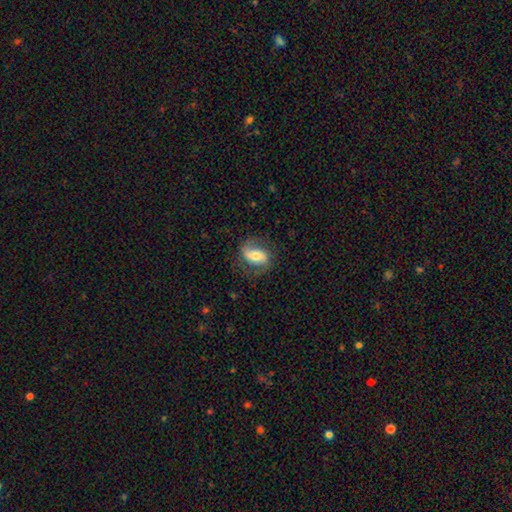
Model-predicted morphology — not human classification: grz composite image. It shows a featured or disk galaxy (53%). Merging: none (72%).